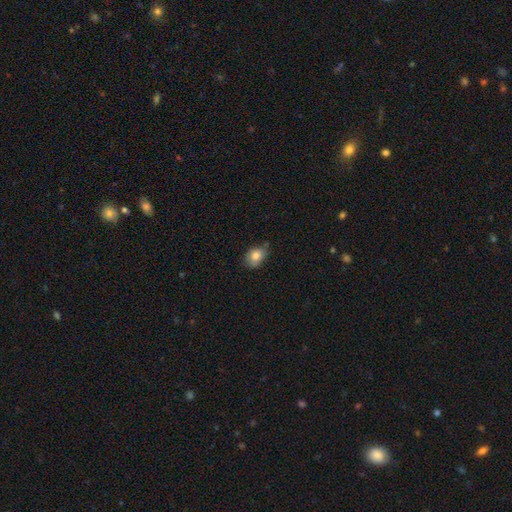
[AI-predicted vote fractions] Smooth or featured?
  - smooth: 81% *
  - featured or disk: 10%
  - star or artifact: 9%
How rounded?
  - in between: 58% *
  - round: 41%
  - cigar-shaped: 1%
Merging?
  - none: 63% *
  - minor disturbance: 29%
  - major disturbance: 5%
  - merger: 3%